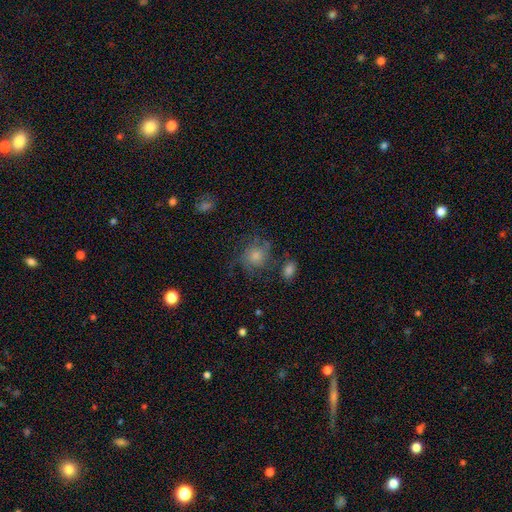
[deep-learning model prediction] smooth-or-featured: featured or disk: 52% | smooth: 30% | star or artifact: 18%
  disk-edge-on: no: 97% | yes: 3%
    bar: no: 78% | weak: 19% | strong: 3%
    has-spiral-arms: yes: 86% | no: 14%
    bulge-size: moderate: 46% | small: 28% | large: 15% | none: 8% | dominant: 3%
  merging: none: 67% | minor disturbance: 17% | major disturbance: 12% | merger: 4%